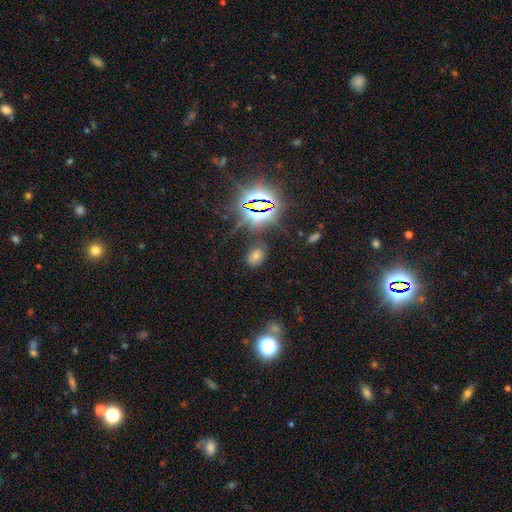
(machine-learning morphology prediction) type=star or artifact (47%).